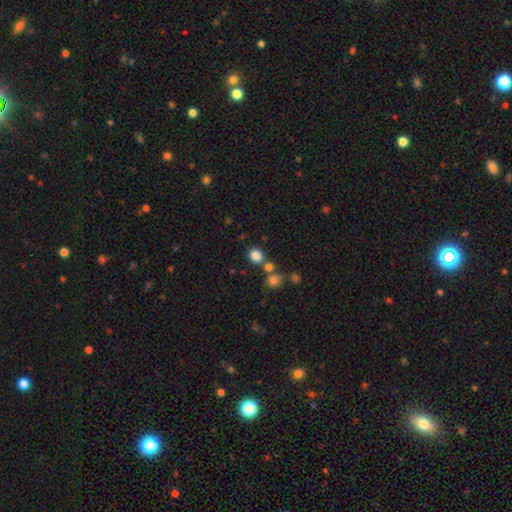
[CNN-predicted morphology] Smooth or featured: smooth — 83% (star or artifact — 12%)
How rounded: round — 74% (in between — 25%)
Merging: none — 69% (merger — 19%)